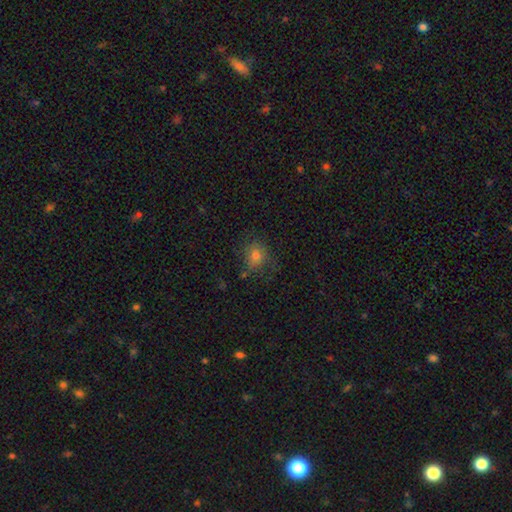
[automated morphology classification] type=smooth (75%); roundness=round (71%); merging=none (69%).